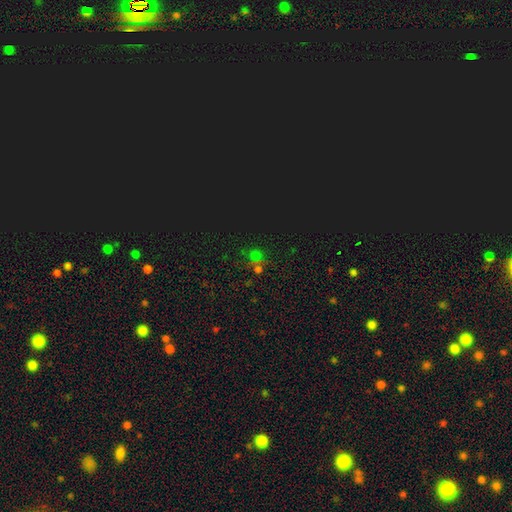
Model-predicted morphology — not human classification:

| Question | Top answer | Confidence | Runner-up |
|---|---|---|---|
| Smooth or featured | star or artifact | 57% | smooth (34%) |